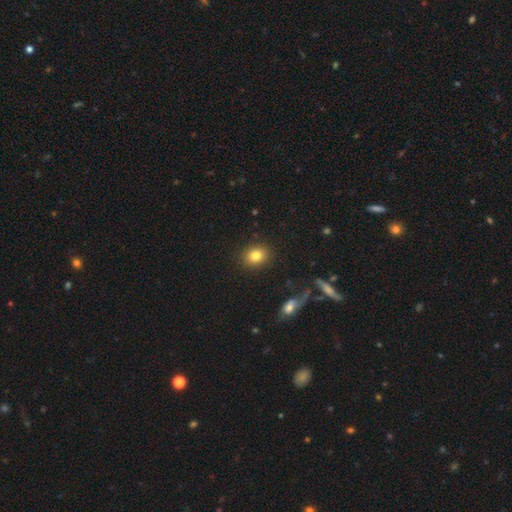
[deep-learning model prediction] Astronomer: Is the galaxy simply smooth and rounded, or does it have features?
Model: smooth — 83%.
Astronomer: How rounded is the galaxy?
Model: round — 60% (runner-up: in between, 39%).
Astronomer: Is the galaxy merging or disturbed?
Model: none — 89%.